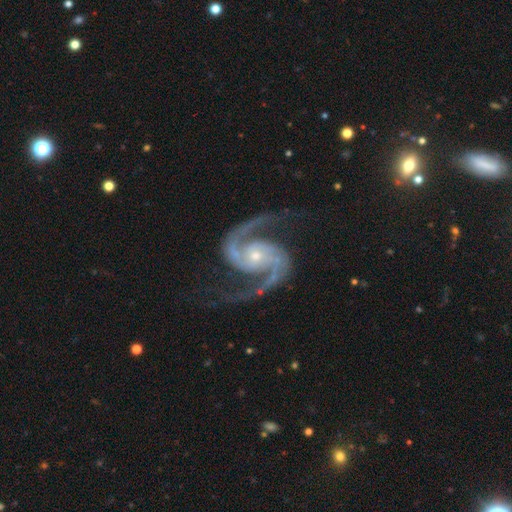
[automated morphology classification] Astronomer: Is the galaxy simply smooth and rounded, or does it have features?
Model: featured or disk — 95%.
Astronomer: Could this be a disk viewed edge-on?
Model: no — 98%.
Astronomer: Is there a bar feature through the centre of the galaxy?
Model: no — 60%.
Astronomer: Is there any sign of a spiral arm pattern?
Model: yes — 99%.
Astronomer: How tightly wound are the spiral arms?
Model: medium — 67%.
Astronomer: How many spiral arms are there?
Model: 2 — 94%.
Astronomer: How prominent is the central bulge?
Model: small — 61%.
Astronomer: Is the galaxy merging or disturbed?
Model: none — 79%.